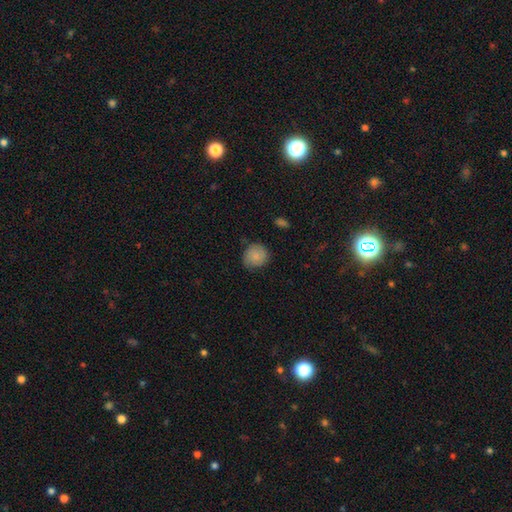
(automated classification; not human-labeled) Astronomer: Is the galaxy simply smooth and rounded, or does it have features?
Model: smooth — 75%.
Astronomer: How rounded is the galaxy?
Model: round — 82%.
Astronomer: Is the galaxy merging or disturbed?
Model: none — 75%.